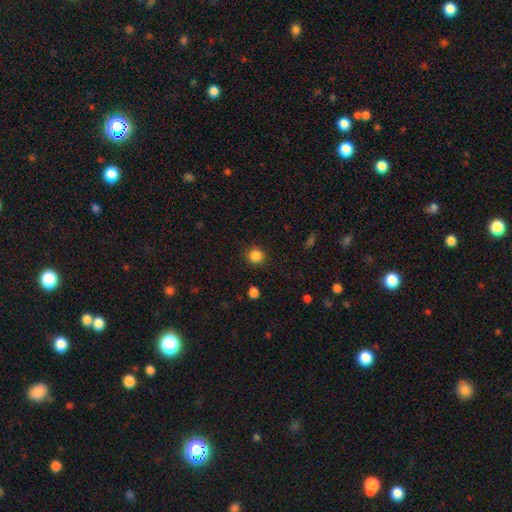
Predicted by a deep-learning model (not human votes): Morphology: type=smooth (86%); roundness=round (91%); merging=none (90%).